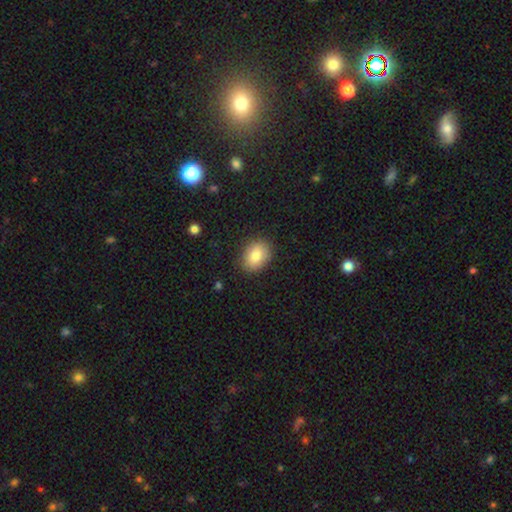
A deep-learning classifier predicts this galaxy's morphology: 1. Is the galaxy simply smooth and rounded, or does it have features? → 83% smooth, 10% featured or disk, 8% star or artifact.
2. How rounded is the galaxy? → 65% in between, 34% round, 1% cigar-shaped.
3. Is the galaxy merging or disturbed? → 86% none, 10% minor disturbance, 3% major disturbance, 1% merger.